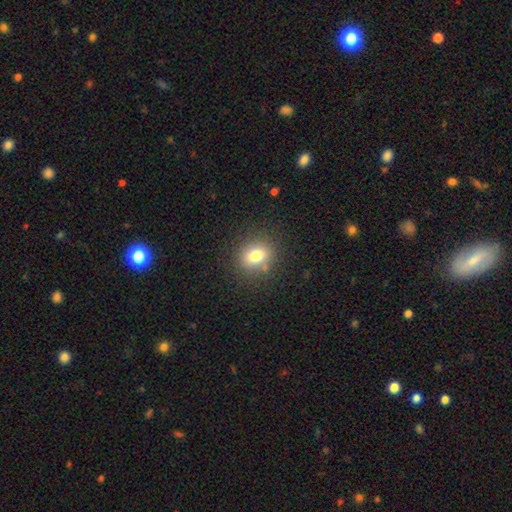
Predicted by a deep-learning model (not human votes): smooth-or-featured: smooth: 78% | star or artifact: 12% | featured or disk: 10%
  how-rounded: round: 53% | in between: 46% | cigar-shaped: 1%
  merging: none: 83% | minor disturbance: 11% | major disturbance: 4% | merger: 2%